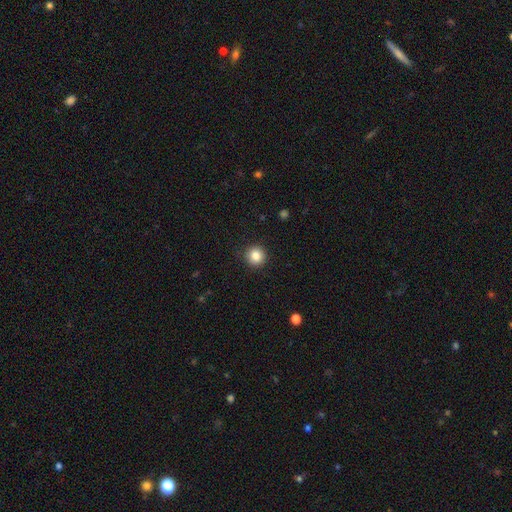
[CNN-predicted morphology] smooth-or-featured: smooth: 85% | star or artifact: 10% | featured or disk: 5%
  how-rounded: round: 94% | in between: 5% | cigar-shaped: 1%
  merging: none: 91% | minor disturbance: 6% | major disturbance: 2% | merger: 1%